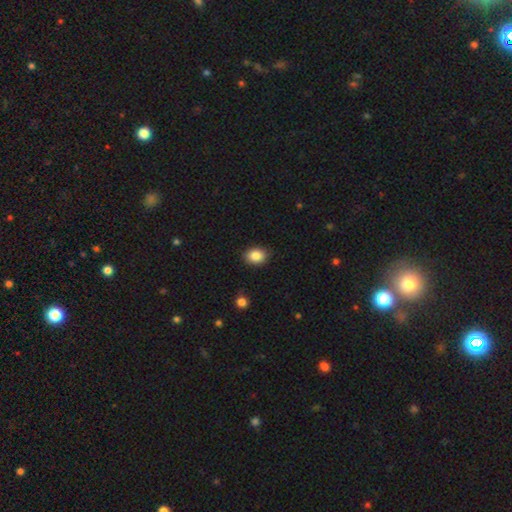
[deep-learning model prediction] Smooth or featured?
  - smooth: 87% *
  - star or artifact: 9%
  - featured or disk: 5%
How rounded?
  - in between: 68% *
  - round: 31%
  - cigar-shaped: 1%
Merging?
  - none: 88% *
  - minor disturbance: 9%
  - major disturbance: 2%
  - merger: 1%